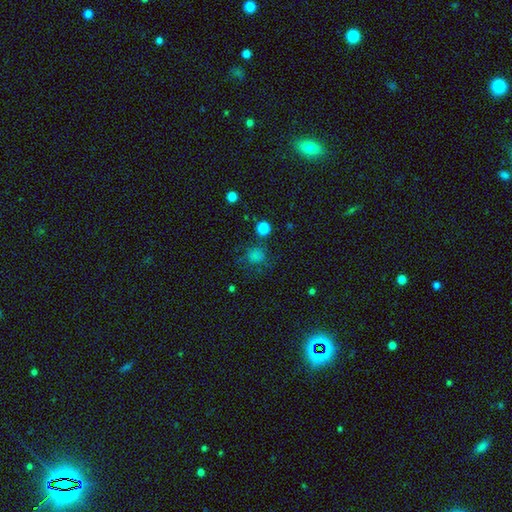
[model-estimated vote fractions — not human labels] smooth 75%, star or artifact 19%, featured or disk 6%. Down the decision tree: how rounded — round (83%); merging — none (69%).